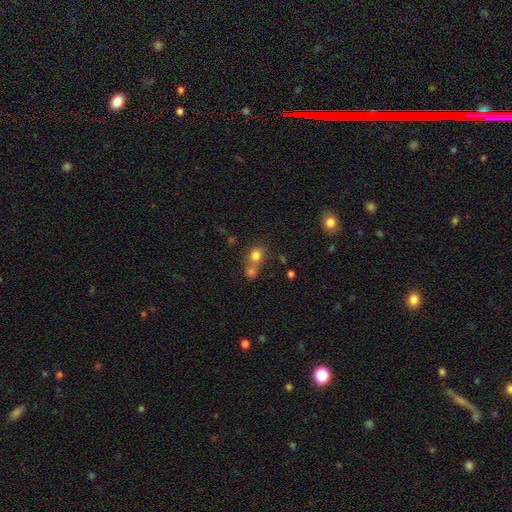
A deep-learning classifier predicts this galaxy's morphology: A smooth galaxy with no disk features (79%) that is round (79%). Merging: none (46%).